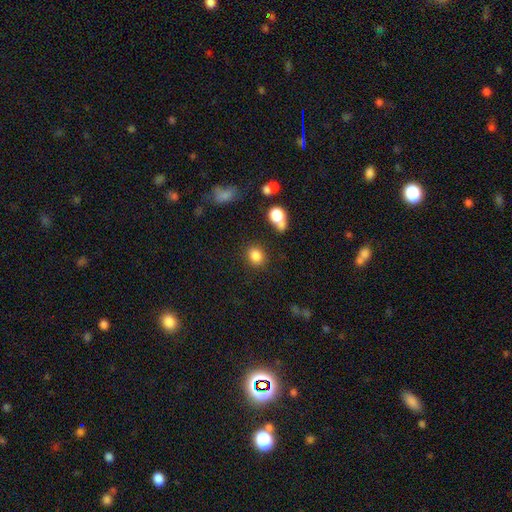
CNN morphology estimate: Smooth or featured? smooth (84%)
How rounded? round (61%)
Merging? none (80%)